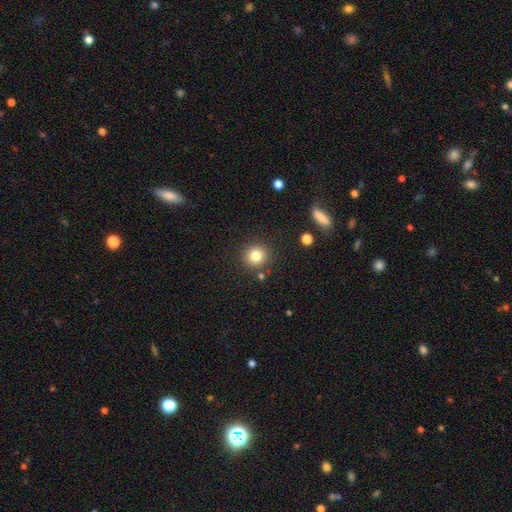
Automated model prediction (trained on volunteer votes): Smooth or featured? smooth (81%)
How rounded? round (91%)
Merging? none (86%)